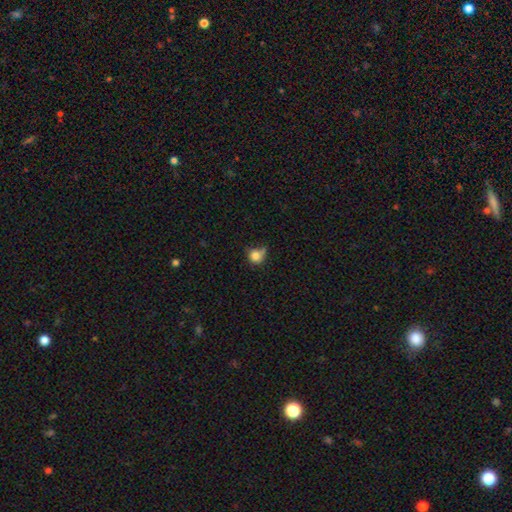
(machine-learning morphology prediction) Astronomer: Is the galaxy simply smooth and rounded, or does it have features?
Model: smooth — 80%.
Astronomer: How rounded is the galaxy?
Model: round — 81%.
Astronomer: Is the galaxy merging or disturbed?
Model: none — 42% (runner-up: minor disturbance, 32%).